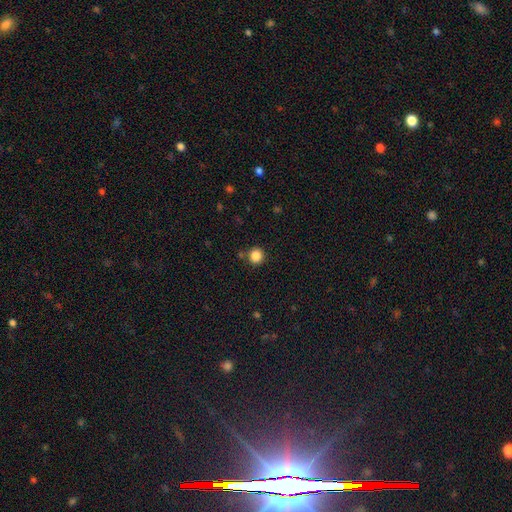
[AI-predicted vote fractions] Q: Smooth or featured?
A: smooth (85%); runner-up: star or artifact (11%)
Q: How rounded?
A: round (92%); runner-up: in between (7%)
Q: Merging?
A: none (84%); runner-up: minor disturbance (8%)